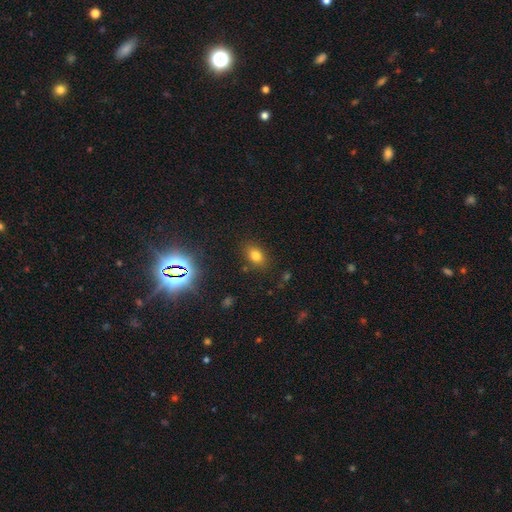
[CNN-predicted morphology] A smooth galaxy with no disk features (74%) that is in between round and cigar-shaped (74%).

Vote fractions:
- Smooth or featured? smooth: 74% / star or artifact: 18% / featured or disk: 9%
- How rounded? in between: 74% / round: 25% / cigar-shaped: 2%
- Merging? none: 82% / minor disturbance: 11% / major disturbance: 4% / merger: 3%